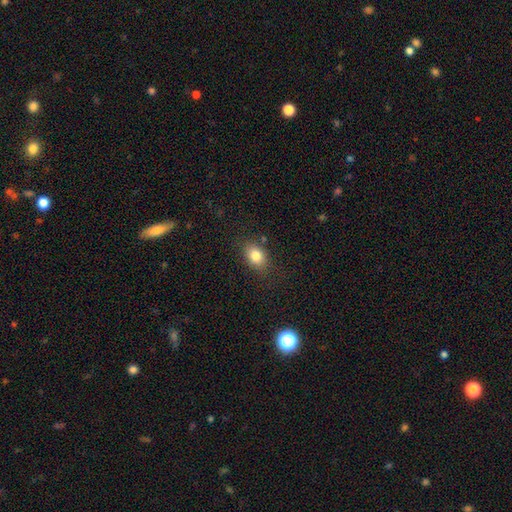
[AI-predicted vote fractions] A smooth galaxy with no disk features (83%) that is in between round and cigar-shaped (73%). Merging: none (81%).